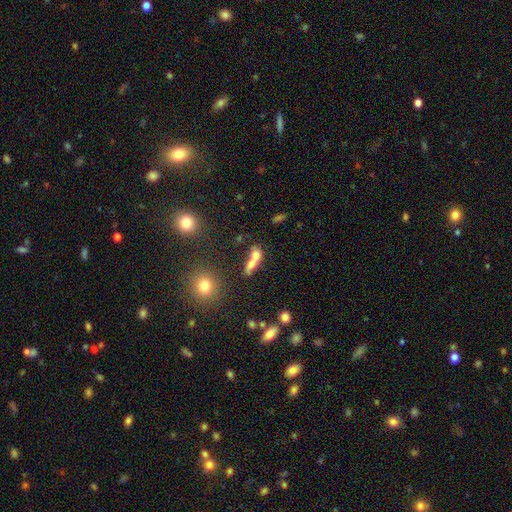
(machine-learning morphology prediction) Smooth or featured? Predicted: smooth (p=0.65). How rounded? Predicted: in between (p=0.55). Merging? Predicted: merger (p=0.64).